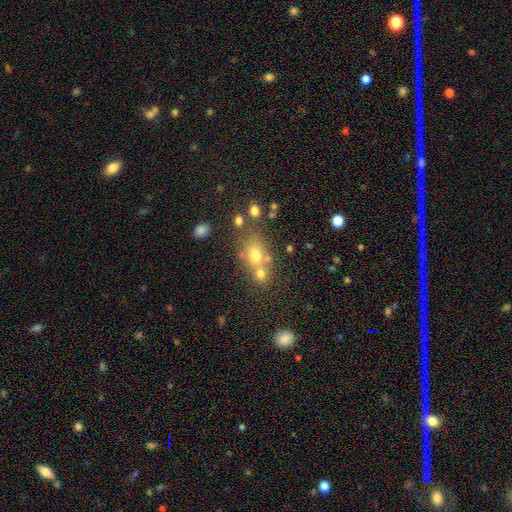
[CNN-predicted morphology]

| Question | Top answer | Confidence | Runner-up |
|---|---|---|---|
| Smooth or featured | smooth | 65% | star or artifact (17%) |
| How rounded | in between | 49% | tied: round (49%) |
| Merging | none | 46% | merger (37%) |